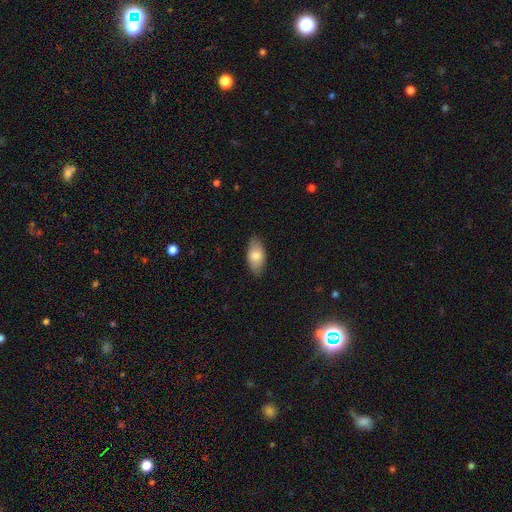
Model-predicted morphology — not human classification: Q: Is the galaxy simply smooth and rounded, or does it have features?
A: smooth — 79%.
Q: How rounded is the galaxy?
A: in between — 91%.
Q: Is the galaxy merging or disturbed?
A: none — 83%.